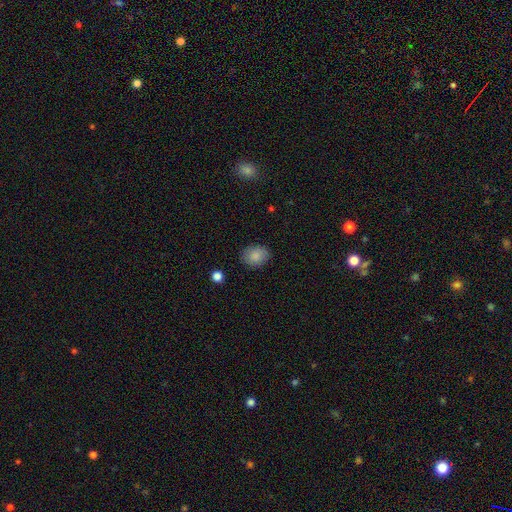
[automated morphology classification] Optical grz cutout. It shows a smooth galaxy with no disk features (86%) that is in between round and cigar-shaped (52%). Merging: none (85%).